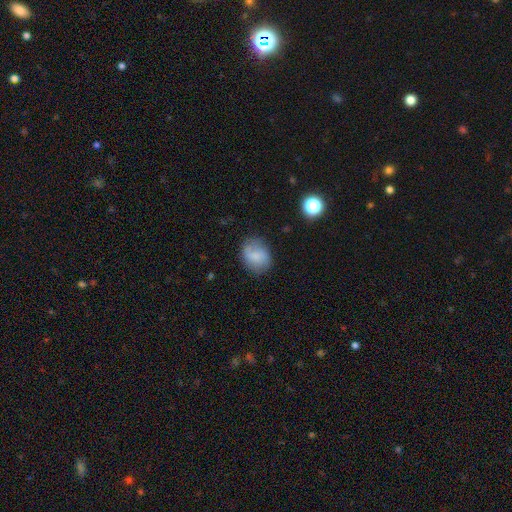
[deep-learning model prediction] The model was most divided on "how rounded": round: 52%, in between: 47%, cigar-shaped: 1%. More confident: smooth or featured — smooth (73%); merging — none (71%).